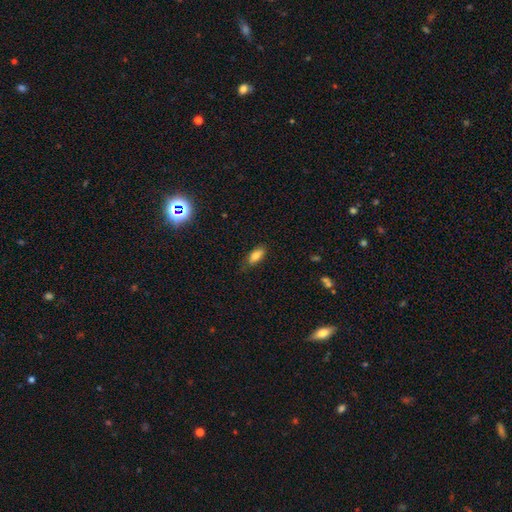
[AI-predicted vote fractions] A smooth galaxy with no disk features (81%) that is in between round and cigar-shaped (82%). Merging: none (76%).